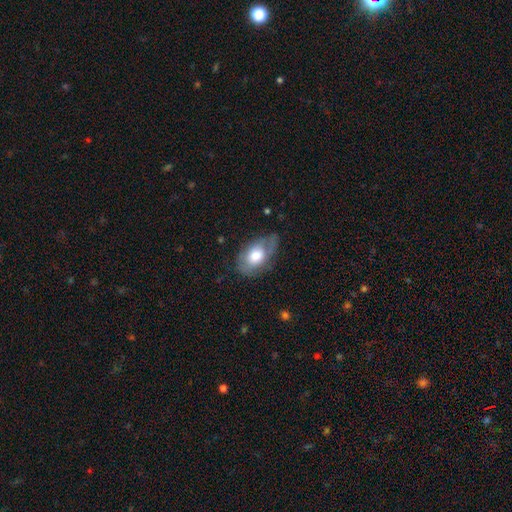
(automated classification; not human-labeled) Overall: smooth (63%; featured or disk 30%). How rounded: in between (90%). Merging: none (57%; minor disturbance 30%).